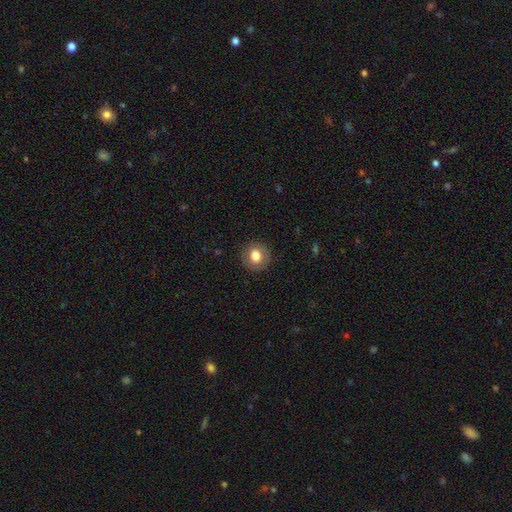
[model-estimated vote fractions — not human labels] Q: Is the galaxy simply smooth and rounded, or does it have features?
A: smooth — 78%.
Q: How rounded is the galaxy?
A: round — 82%.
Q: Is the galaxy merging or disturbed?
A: none — 88%.